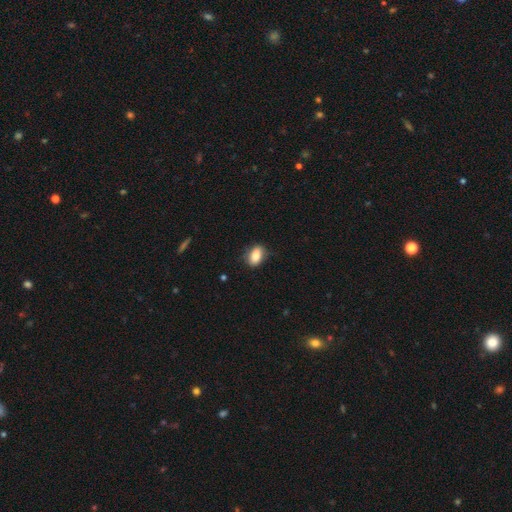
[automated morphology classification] smooth-or-featured: smooth: 83% | featured or disk: 9% | star or artifact: 8%
  how-rounded: in between: 82% | round: 16% | cigar-shaped: 2%
  merging: none: 78% | minor disturbance: 17% | major disturbance: 3% | merger: 1%